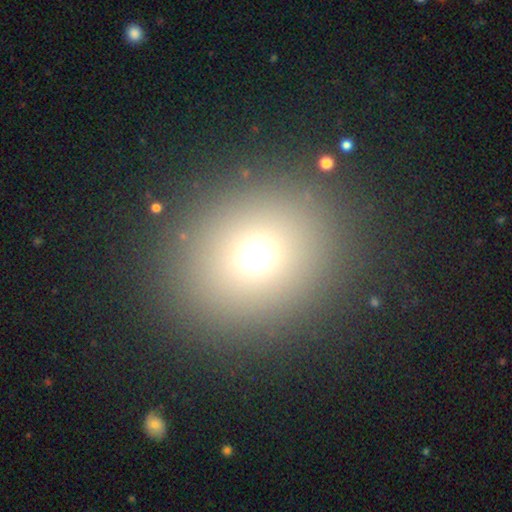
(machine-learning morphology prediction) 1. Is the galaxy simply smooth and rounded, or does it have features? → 66% smooth, 23% star or artifact, 10% featured or disk.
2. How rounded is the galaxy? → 75% round, 24% in between, 1% cigar-shaped.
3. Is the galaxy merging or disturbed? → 85% none, 7% minor disturbance, 5% major disturbance, 3% merger.